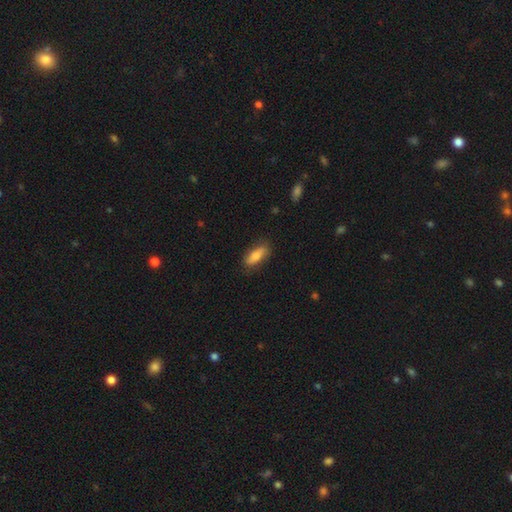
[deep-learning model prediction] This appears to be a smooth galaxy with no disk features (78%) that is in between round and cigar-shaped (68%). Merging: none (79%).